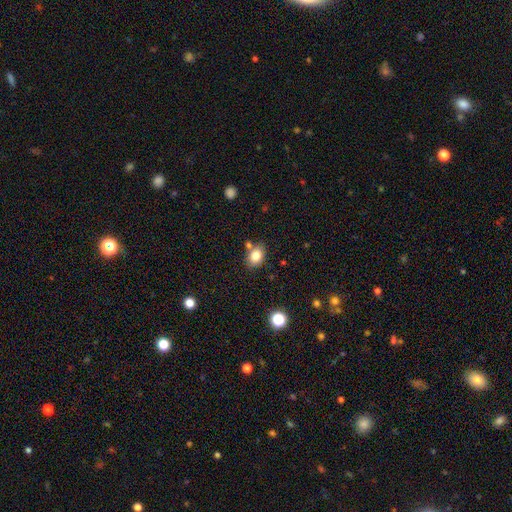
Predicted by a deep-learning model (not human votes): This is clearly a smooth galaxy (82%). How rounded: likely in between (73%). Merging: likely none (72%).